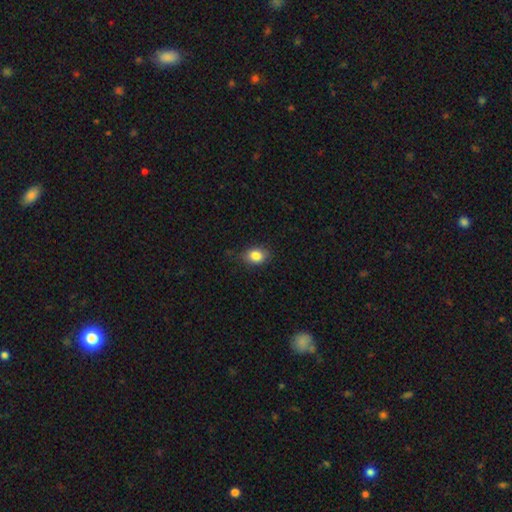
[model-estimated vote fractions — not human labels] The model was most divided on "how rounded": in between: 65%, round: 34%, cigar-shaped: 1%. More confident: smooth or featured — smooth (84%); merging — none (81%).